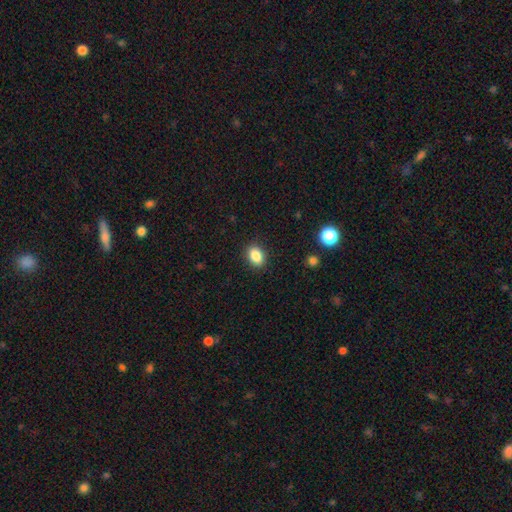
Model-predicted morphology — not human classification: A smooth galaxy with no disk features (86%) that is in between round and cigar-shaped (77%). Merging: none (89%).